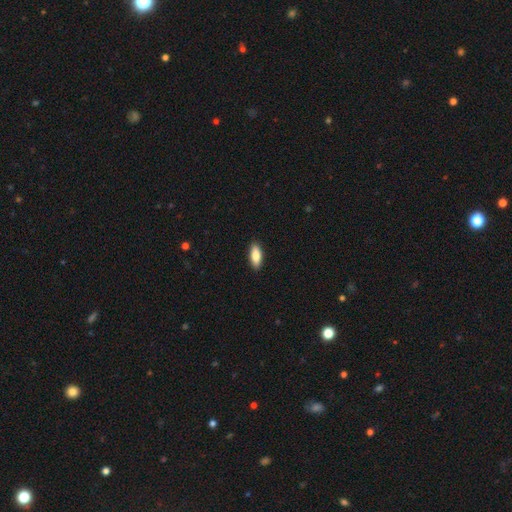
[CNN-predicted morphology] This appears to be a smooth galaxy with no disk features (83%) that is in between round and cigar-shaped (77%). Merging: none (90%).